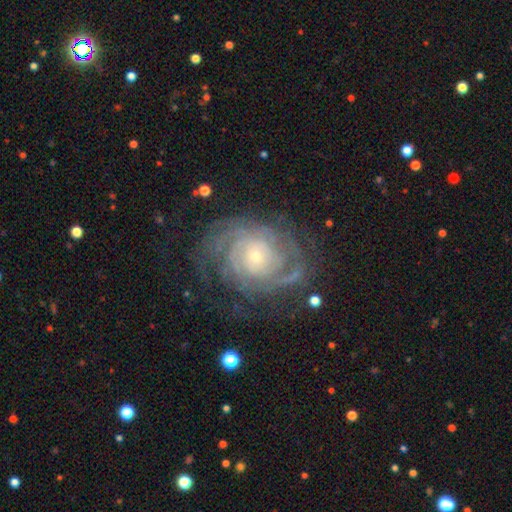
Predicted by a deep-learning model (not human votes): A featured or disk galaxy (88%) with no bar (78%), tight (74%) spiral arms (97%) and a small central bulge (74%).

Vote fractions:
- Smooth or featured? featured or disk: 88% / star or artifact: 6% / smooth: 6%
- Edge-on disk? no: 97% / yes: 3%
- Bar? no: 78% / weak: 17% / strong: 5%
- Spiral arms? yes: 97% / no: 3%
- Spiral winding? tight: 74% / medium: 21% / loose: 5%
- Spiral arm count? can't tell: 29% / 4: 19% / 3: 16% / 2: 15% / more than 4: 13% / 1: 7%
- Bulge size? small: 74% / moderate: 21% / large: 3% / none: 1% / dominant: 1%
- Merging? none: 71% / minor disturbance: 17% / major disturbance: 11% / merger: 2%